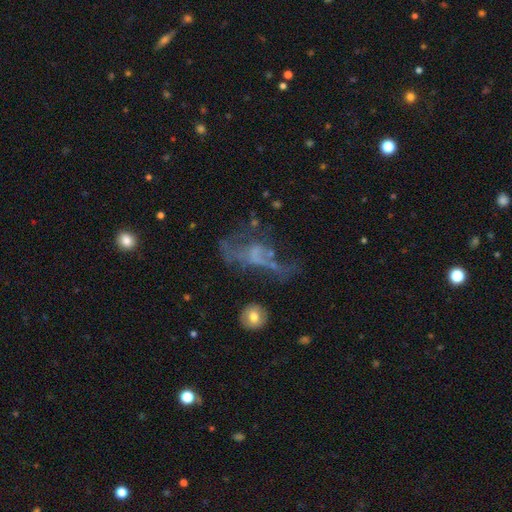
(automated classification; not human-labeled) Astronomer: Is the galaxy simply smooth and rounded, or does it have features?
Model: featured or disk — 55%.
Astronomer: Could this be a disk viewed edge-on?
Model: no — 93%.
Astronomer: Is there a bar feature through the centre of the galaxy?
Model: no — 81%.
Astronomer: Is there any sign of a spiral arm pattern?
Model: no — 76%.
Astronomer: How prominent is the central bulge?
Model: none — 70%.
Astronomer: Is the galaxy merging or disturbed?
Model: major disturbance — 46% (runner-up: none, 29%).